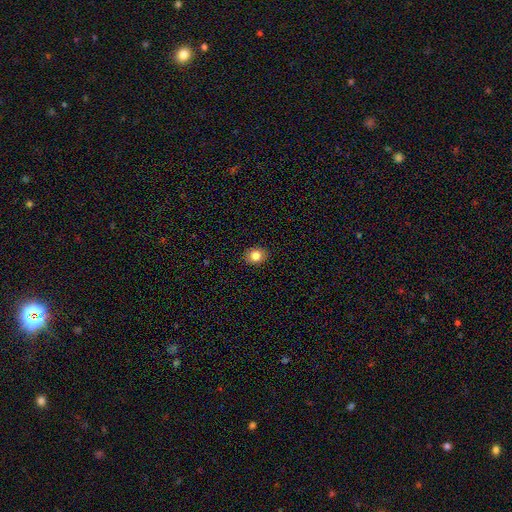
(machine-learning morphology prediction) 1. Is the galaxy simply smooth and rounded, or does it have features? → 82% smooth, 10% star or artifact, 7% featured or disk.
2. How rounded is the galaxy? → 53% round, 46% in between, 1% cigar-shaped.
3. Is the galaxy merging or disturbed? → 90% none, 7% minor disturbance, 2% major disturbance, 1% merger.